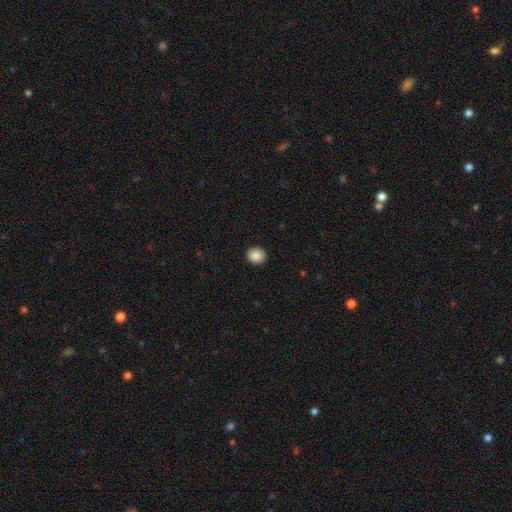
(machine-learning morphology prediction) smooth-or-featured: smooth: 87% | star or artifact: 8% | featured or disk: 4%
  how-rounded: round: 83% | in between: 16% | cigar-shaped: 1%
  merging: none: 92% | minor disturbance: 5% | major disturbance: 2% | merger: 1%